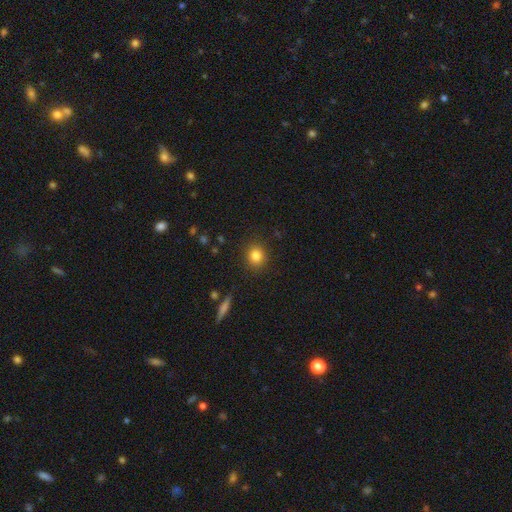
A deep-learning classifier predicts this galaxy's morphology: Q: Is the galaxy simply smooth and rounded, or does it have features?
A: smooth — 83%.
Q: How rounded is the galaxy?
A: round — 82%.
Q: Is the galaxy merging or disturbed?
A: none — 89%.